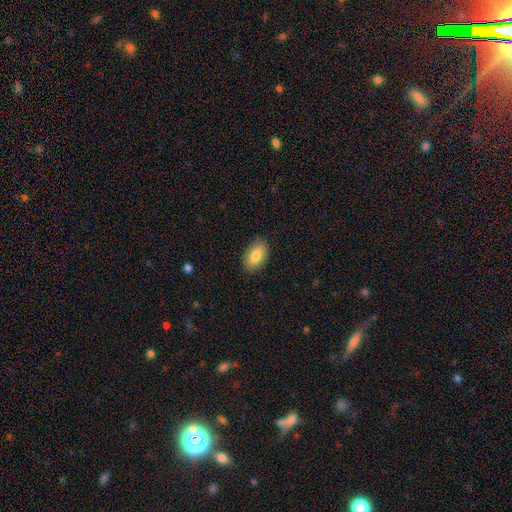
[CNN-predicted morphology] smooth 83%, featured or disk 10%, star or artifact 7%. Down the decision tree: how rounded — in between (91%); merging — none (85%).